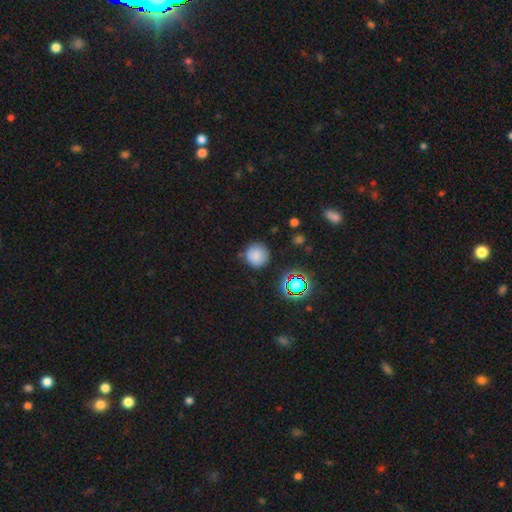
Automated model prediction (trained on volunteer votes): Smooth or featured?
  - smooth: 79% *
  - star or artifact: 15%
  - featured or disk: 6%
How rounded?
  - round: 95% *
  - in between: 4%
  - cigar-shaped: 1%
Merging?
  - none: 81% *
  - minor disturbance: 13%
  - major disturbance: 3%
  - merger: 3%